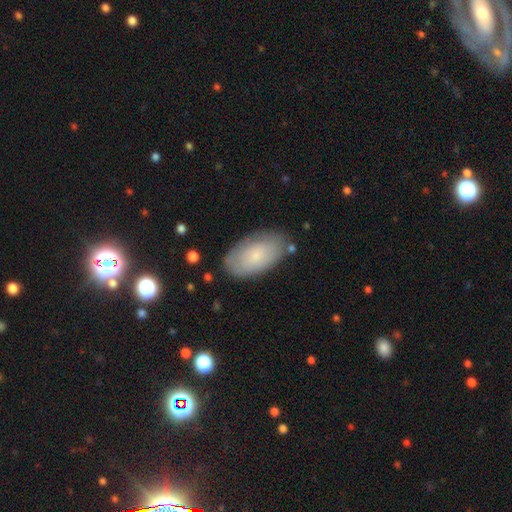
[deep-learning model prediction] smooth 70%, featured or disk 23%, star or artifact 7%. Down the decision tree: how rounded — in between (95%); merging — none (78%).